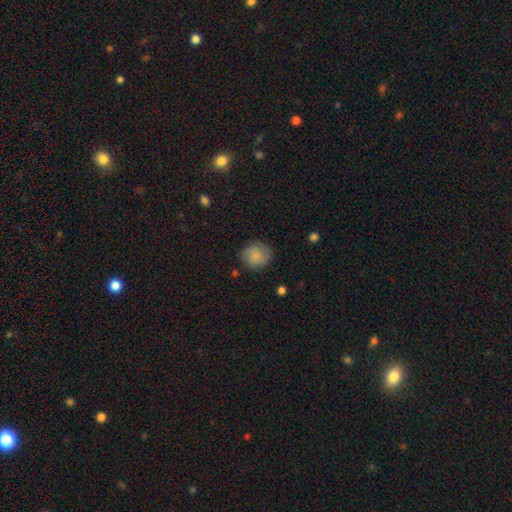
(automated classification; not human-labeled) Overall: smooth (79%). How rounded: round (81%). Merging: none (78%).